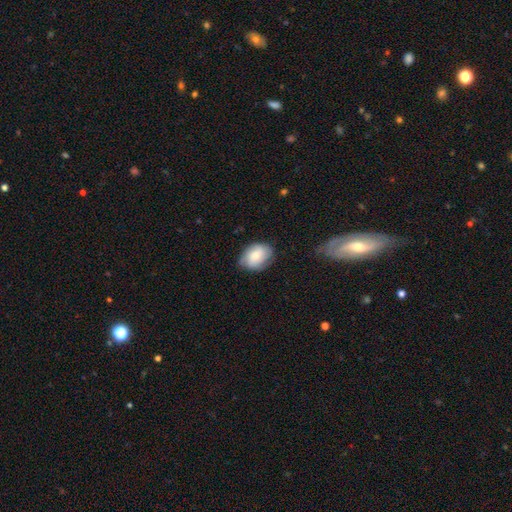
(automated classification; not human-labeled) smooth 68%, featured or disk 25%, star or artifact 7%. Down the decision tree: how rounded — in between (72%); merging — none (68%).